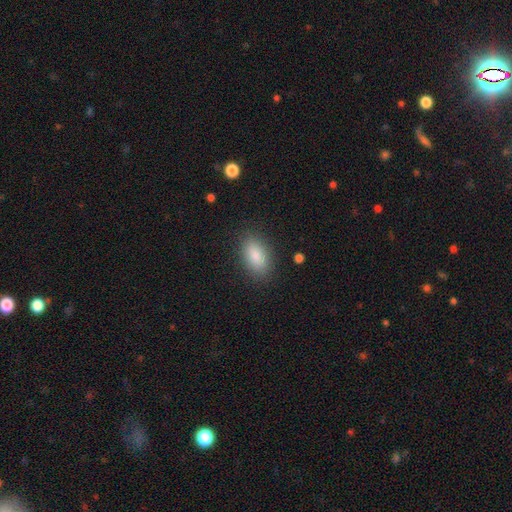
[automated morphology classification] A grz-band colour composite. It shows a smooth galaxy with no disk features (86%) that is in between round and cigar-shaped (90%). Merging: none (86%).